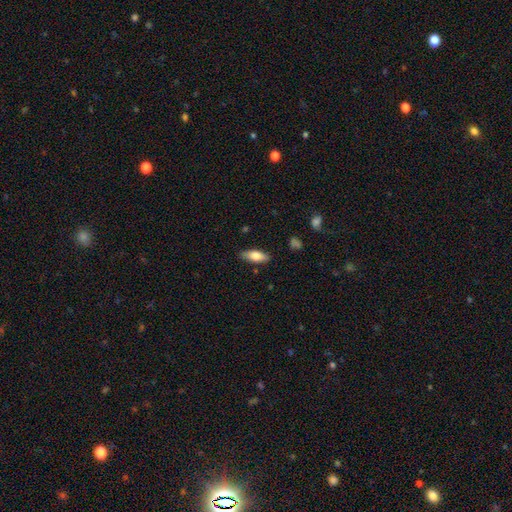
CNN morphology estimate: Smooth or featured? Predicted: smooth (p=0.76). How rounded? Predicted: in between (p=0.74). Merging? Predicted: none (p=0.83).